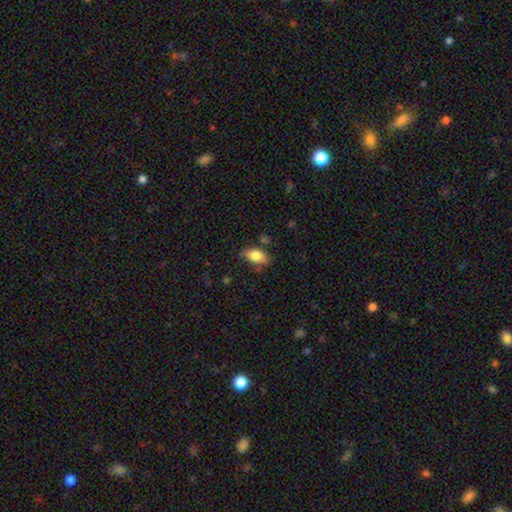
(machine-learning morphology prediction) Smooth or featured? smooth (79%)
How rounded? in between (87%)
Merging? none (71%)